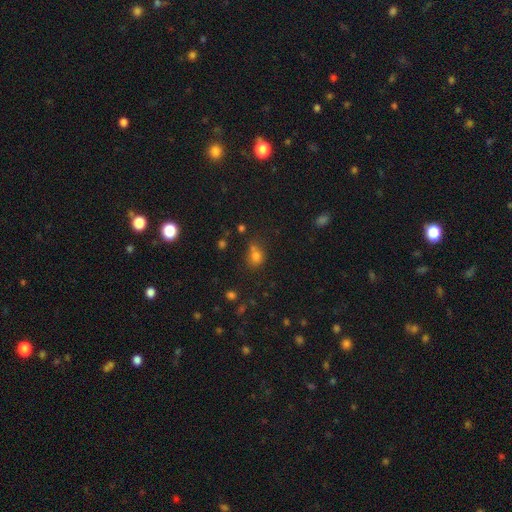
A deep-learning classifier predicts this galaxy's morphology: Smooth or featured? smooth (75%)
How rounded? round (59%)
Merging? none (46%)